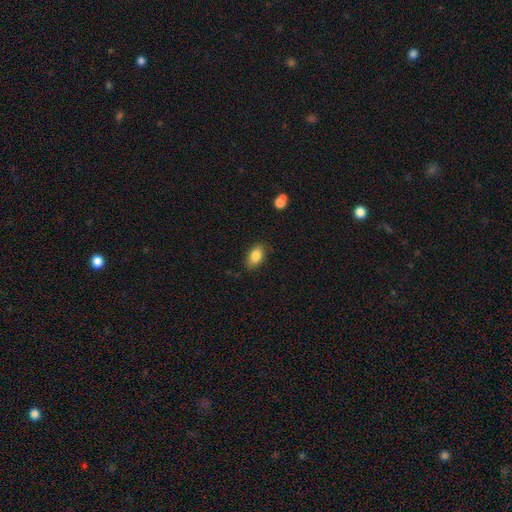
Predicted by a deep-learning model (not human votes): Smooth or featured? Predicted: smooth (p=0.85). How rounded? Predicted: in between (p=0.90). Merging? Predicted: none (p=0.84).